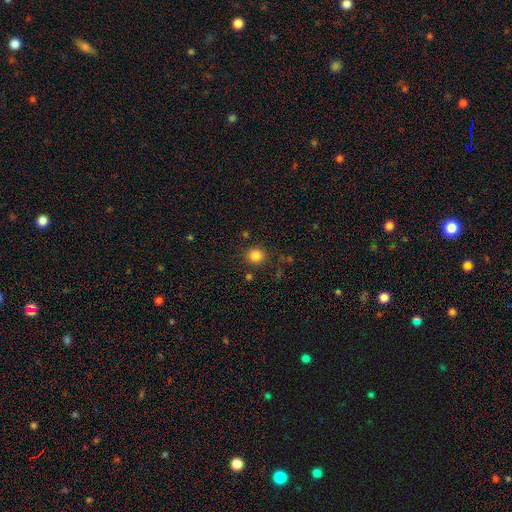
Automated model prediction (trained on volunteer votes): Smooth or featured: smooth — 84% (star or artifact — 12%)
How rounded: round — 90% (in between — 9%)
Merging: none — 86% (minor disturbance — 8%)